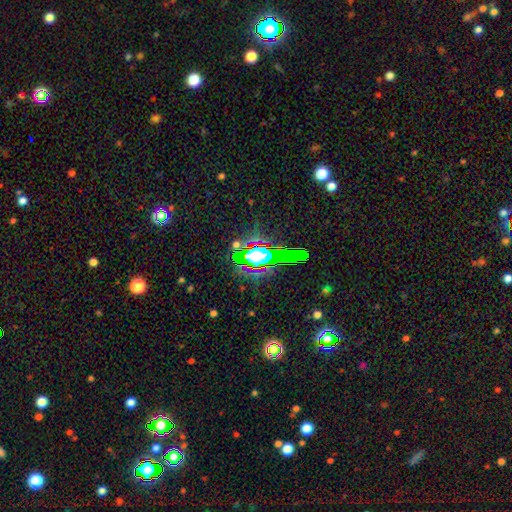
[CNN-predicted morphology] This appears to be a star or artifact, not a galaxy (60%).